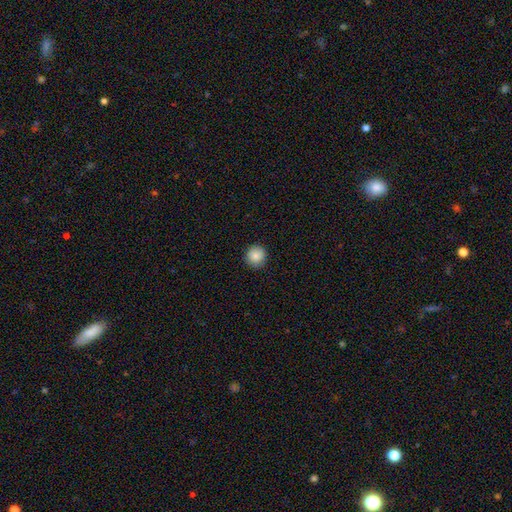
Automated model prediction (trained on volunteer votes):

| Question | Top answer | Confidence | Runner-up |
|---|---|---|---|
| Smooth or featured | smooth | 88% | star or artifact (8%) |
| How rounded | round | 94% | in between (5%) |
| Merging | none | 91% | minor disturbance (6%) |